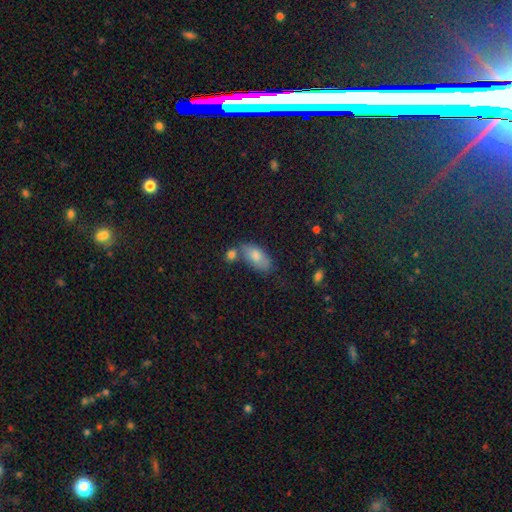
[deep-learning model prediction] Morphology: type=smooth (78%); roundness=in between (91%); merging=none (49%).